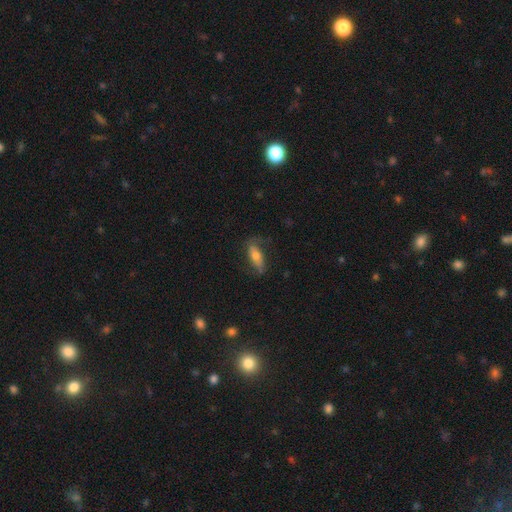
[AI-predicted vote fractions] A smooth galaxy with no disk features (52%) that is in between round and cigar-shaped (61%).

Vote fractions:
- Smooth or featured? smooth: 52% / featured or disk: 40% / star or artifact: 8%
- How rounded? in between: 61% / cigar-shaped: 36% / round: 3%
- Merging? none: 67% / minor disturbance: 21% / major disturbance: 10% / merger: 2%